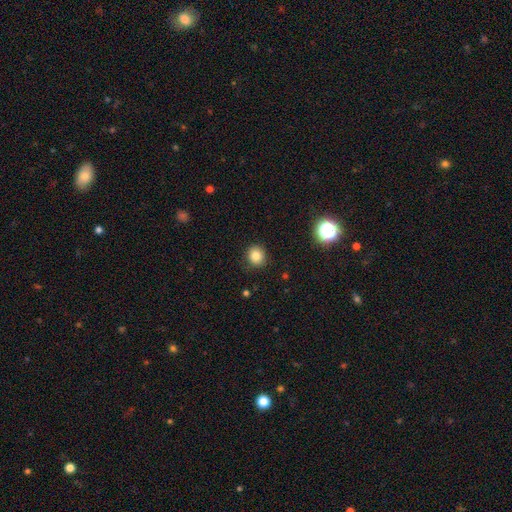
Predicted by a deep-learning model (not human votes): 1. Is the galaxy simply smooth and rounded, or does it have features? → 83% smooth, 12% star or artifact, 5% featured or disk.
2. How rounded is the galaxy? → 83% round, 16% in between, 1% cigar-shaped.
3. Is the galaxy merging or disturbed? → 88% none, 9% minor disturbance, 2% major disturbance, 1% merger.